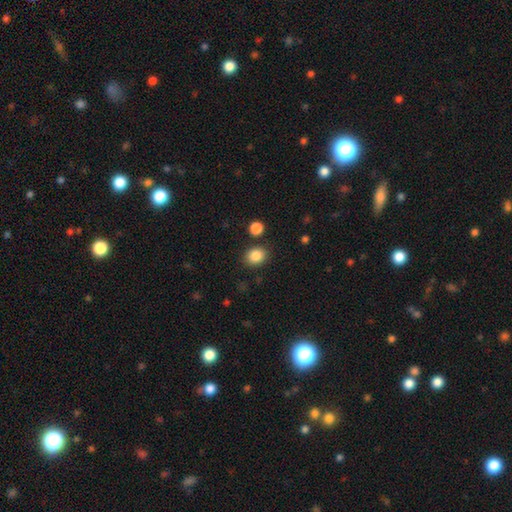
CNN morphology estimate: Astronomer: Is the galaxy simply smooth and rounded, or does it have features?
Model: smooth — 86%.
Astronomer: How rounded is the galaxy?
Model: round — 61% (runner-up: in between, 38%).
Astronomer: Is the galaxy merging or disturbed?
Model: none — 83%.